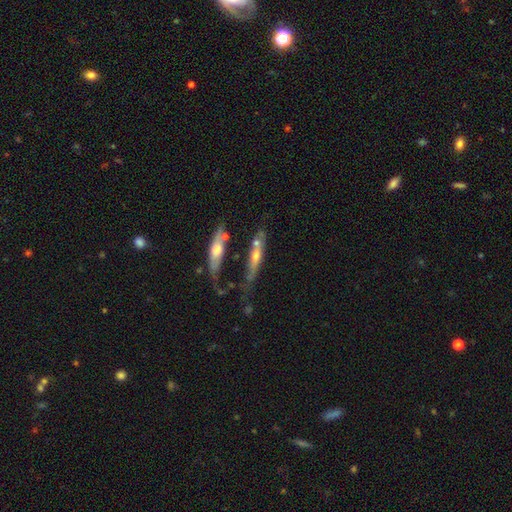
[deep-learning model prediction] A featured or disk galaxy (57%) viewed edge-on (72%). Merging: none (40%).